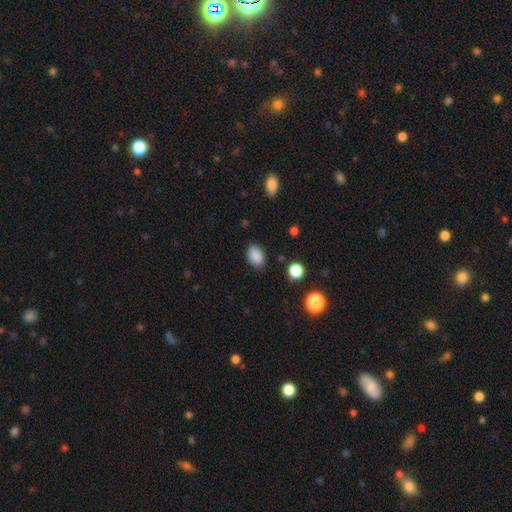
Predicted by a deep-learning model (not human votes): Smooth or featured: smooth — 87% (star or artifact — 9%)
How rounded: in between — 82% (round — 17%)
Merging: none — 83% (minor disturbance — 12%)